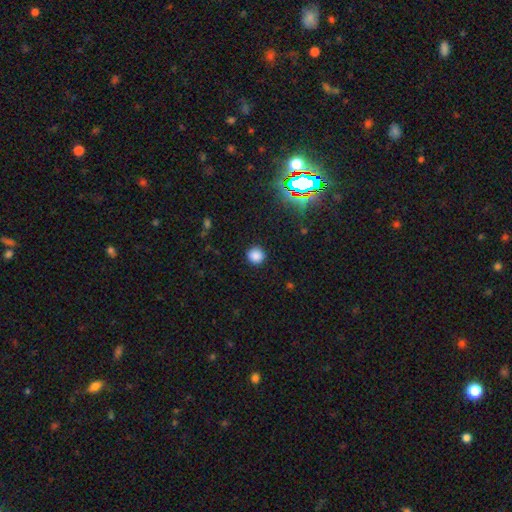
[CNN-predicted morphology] The model was most divided on "smooth or featured": smooth: 82%, star or artifact: 14%, featured or disk: 4%. More confident: how rounded — round (93%); merging — none (91%).